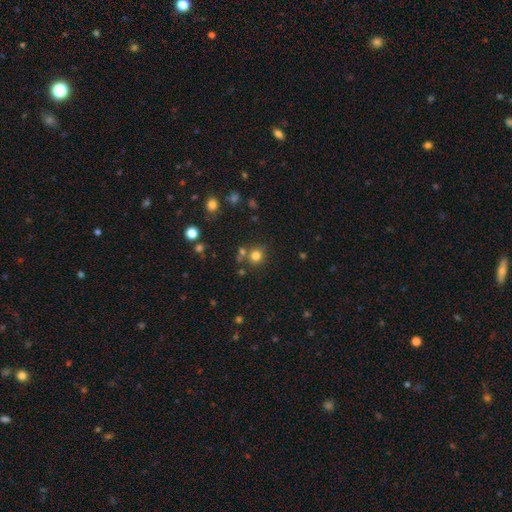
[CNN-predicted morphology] A smooth galaxy with no disk features (78%) that is round (90%). Merging: none (72%).